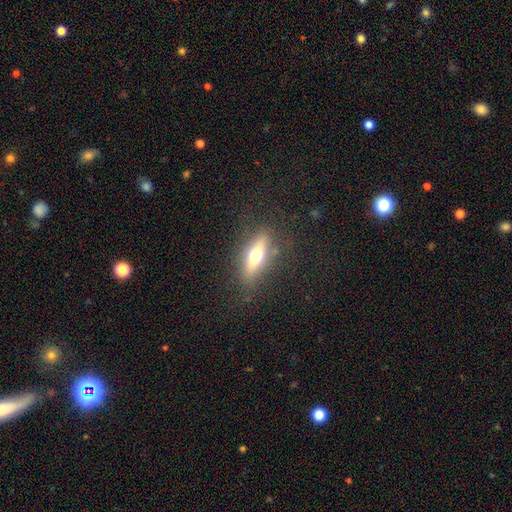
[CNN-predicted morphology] smooth-or-featured: smooth: 50% | featured or disk: 42% | star or artifact: 8%
  merging: none: 82% | minor disturbance: 12% | major disturbance: 4% | merger: 1%